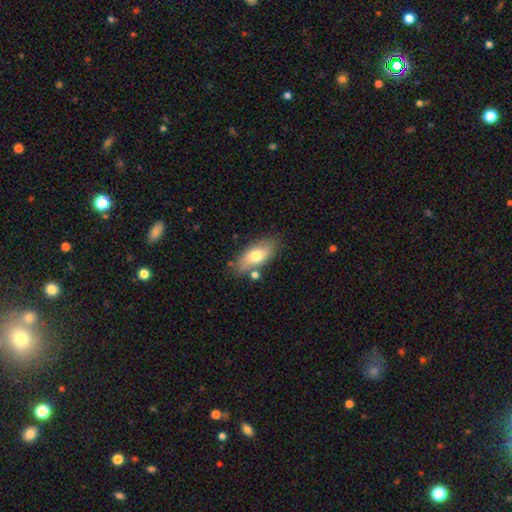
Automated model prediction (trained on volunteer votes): smooth_or_featured: smooth (p=0.71) [alt: featured or disk p=0.22]
how_rounded: in between (p=0.86) [alt: cigar-shaped p=0.10]
merging: none (p=0.75) [alt: minor disturbance p=0.14]